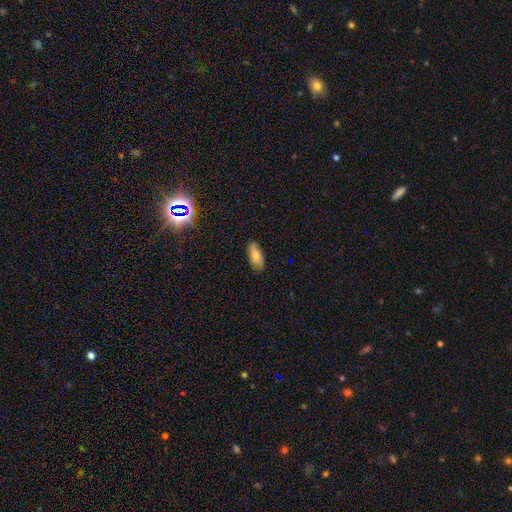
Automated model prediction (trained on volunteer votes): Smooth or featured? Predicted: smooth (p=0.79). How rounded? Predicted: in between (p=0.86). Merging? Predicted: none (p=0.77).